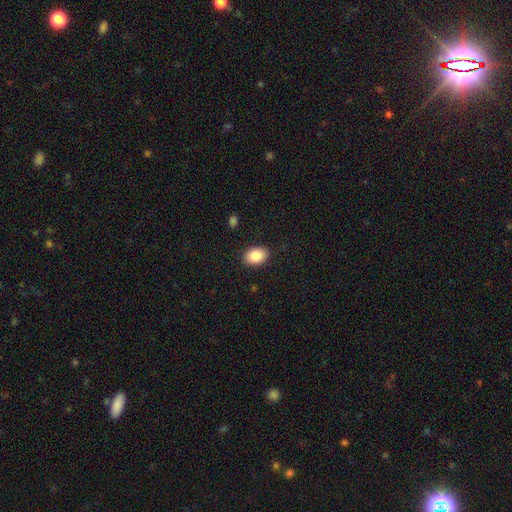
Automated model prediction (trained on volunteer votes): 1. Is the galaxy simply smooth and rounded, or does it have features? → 87% smooth, 7% star or artifact, 6% featured or disk.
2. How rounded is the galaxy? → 81% in between, 18% round, 1% cigar-shaped.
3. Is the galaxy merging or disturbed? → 88% none, 8% minor disturbance, 2% major disturbance, 1% merger.